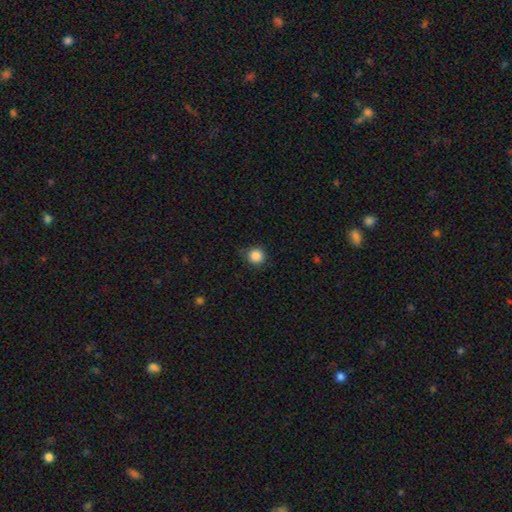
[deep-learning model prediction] smooth_or_featured: smooth (p=0.86) [alt: star or artifact p=0.11]
how_rounded: round (p=0.92) [alt: in between p=0.07]
merging: none (p=0.81) [alt: minor disturbance p=0.15]